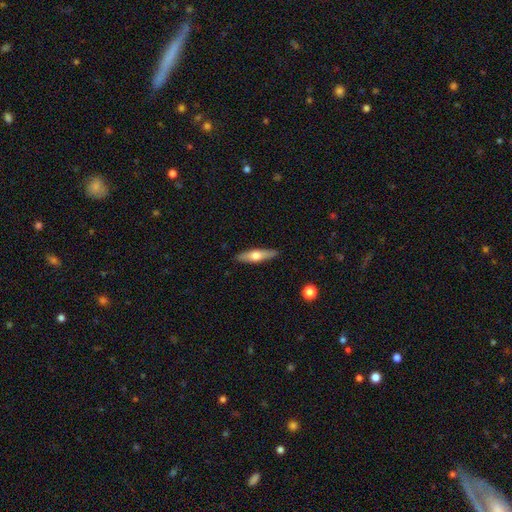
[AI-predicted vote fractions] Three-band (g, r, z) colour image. It shows a smooth galaxy with no disk features (50%) that is cigar-shaped (69%). Merging: none (89%).